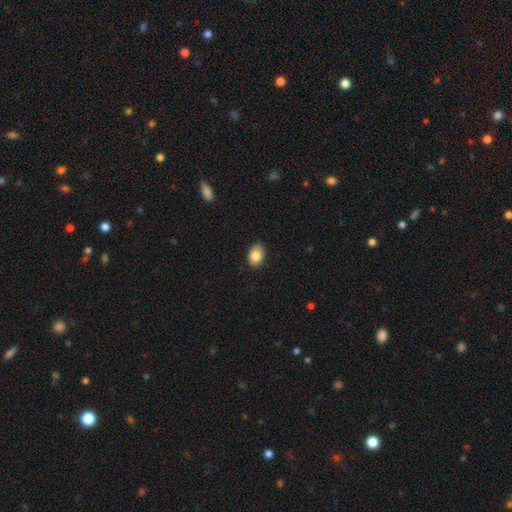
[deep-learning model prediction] smooth 84%, featured or disk 8%, star or artifact 8%. Down the decision tree: how rounded — in between (82%); merging — none (86%).